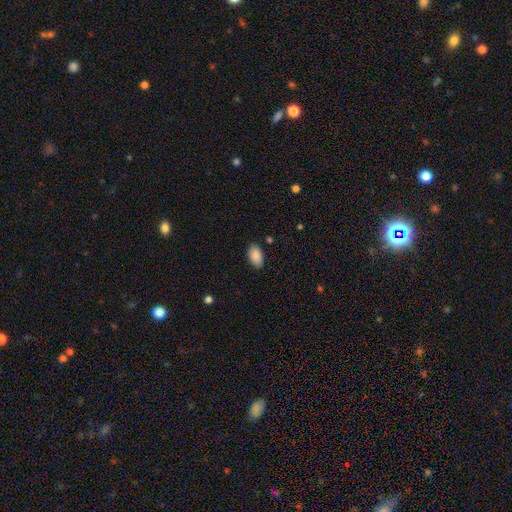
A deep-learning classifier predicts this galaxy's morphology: smooth_or_featured: smooth (p=0.89) [alt: star or artifact p=0.07]
how_rounded: in between (p=0.94) [alt: round p=0.04]
merging: none (p=0.87) [alt: minor disturbance p=0.10]